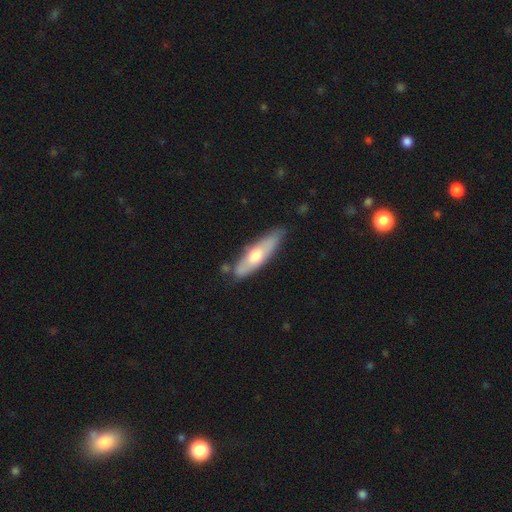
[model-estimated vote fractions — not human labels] Smooth or featured? smooth (54%)
How rounded? cigar-shaped (64%)
Merging? none (72%)